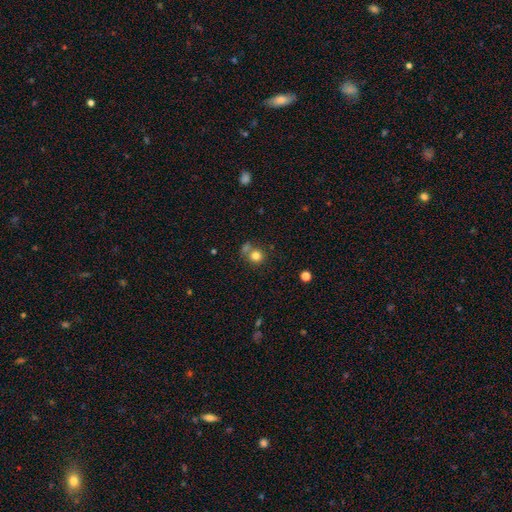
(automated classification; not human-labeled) smooth_or_featured: smooth (p=0.79) [alt: star or artifact p=0.13]
how_rounded: round (p=0.89) [alt: in between p=0.10]
merging: none (p=0.58) [alt: merger p=0.27]